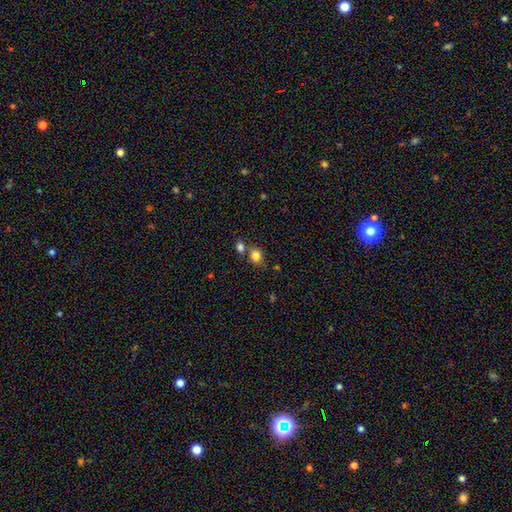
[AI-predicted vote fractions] Overall: smooth (82%). How rounded: round (67%; in between 32%). Merging: none (59%; merger 25%).